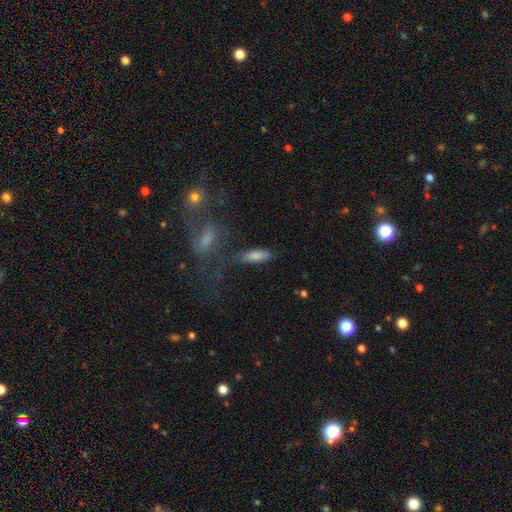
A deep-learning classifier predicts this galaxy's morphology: A smooth galaxy with no disk features (77%) that is in between round and cigar-shaped (64%).

Vote fractions:
- Smooth or featured? smooth: 77% / featured or disk: 15% / star or artifact: 8%
- How rounded? in between: 64% / cigar-shaped: 33% / round: 3%
- Merging? none: 69% / minor disturbance: 17% / merger: 8% / major disturbance: 7%